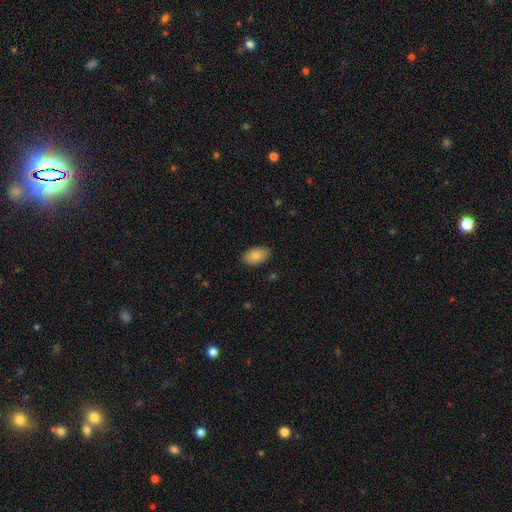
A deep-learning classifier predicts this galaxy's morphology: This appears to be a smooth galaxy with no disk features (79%) that is in between round and cigar-shaped (93%). Merging: none (86%).